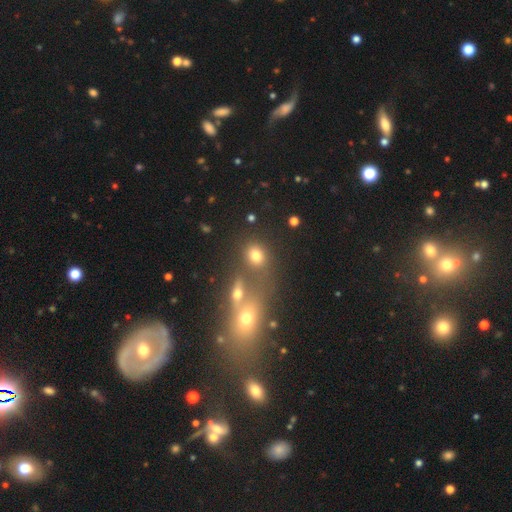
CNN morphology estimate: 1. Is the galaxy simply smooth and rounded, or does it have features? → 74% smooth, 16% star or artifact, 10% featured or disk.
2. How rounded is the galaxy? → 60% round, 38% in between, 2% cigar-shaped.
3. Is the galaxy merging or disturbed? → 56% none, 28% merger, 10% minor disturbance, 6% major disturbance.